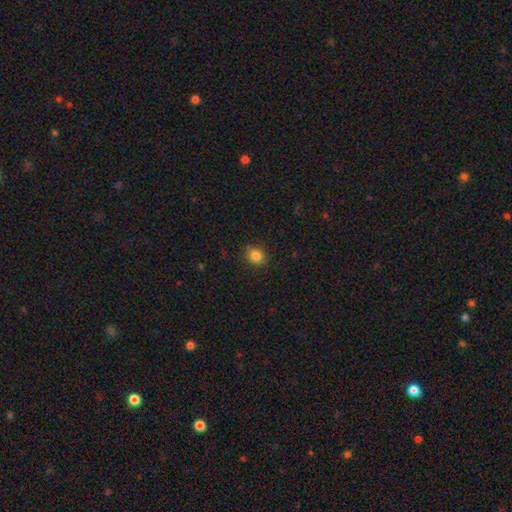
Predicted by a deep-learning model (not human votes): This appears to be a smooth galaxy with no disk features (84%) that is round (76%). Merging: none (87%).